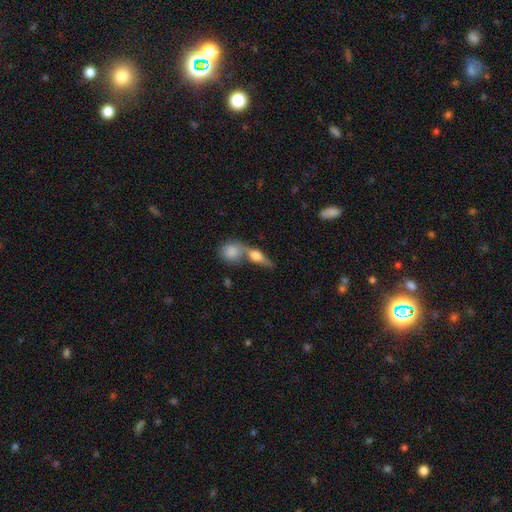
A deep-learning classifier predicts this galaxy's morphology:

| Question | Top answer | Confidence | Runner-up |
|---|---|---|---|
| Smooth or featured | smooth | 57% | featured or disk (34%) |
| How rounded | in between | 52% | cigar-shaped (30%) |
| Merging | merger | 48% | none (38%) |